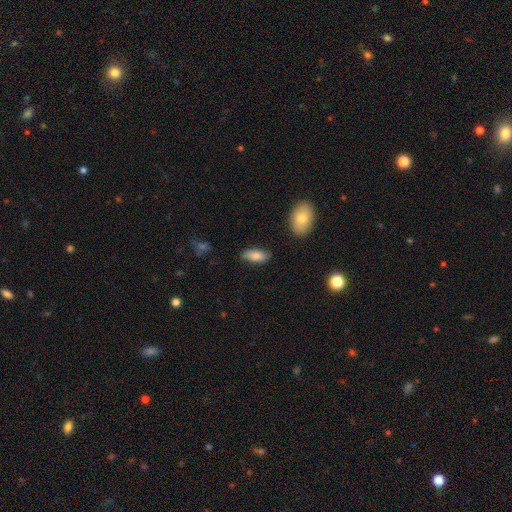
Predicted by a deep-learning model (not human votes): A smooth galaxy with no disk features (84%) that is in between round and cigar-shaped (88%). Merging: none (81%).